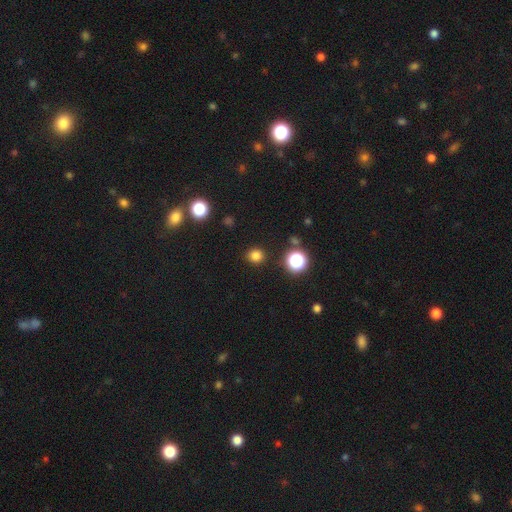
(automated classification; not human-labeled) Q: Smooth or featured?
A: smooth (80%); runner-up: star or artifact (16%)
Q: How rounded?
A: round (88%); runner-up: in between (11%)
Q: Merging?
A: none (90%); runner-up: minor disturbance (6%)